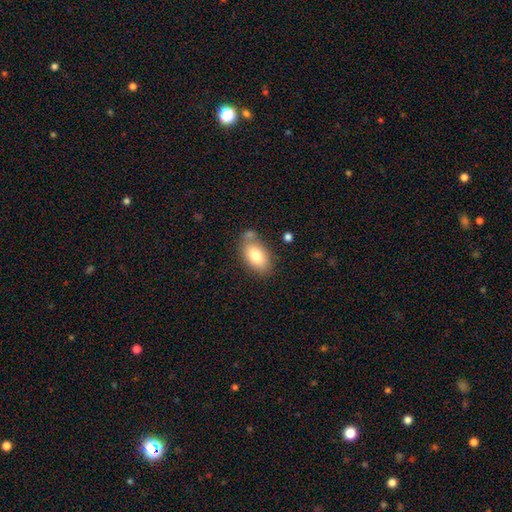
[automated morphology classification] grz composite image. It shows a smooth galaxy with no disk features (79%) that is in between round and cigar-shaped (92%). Merging: none (64%).